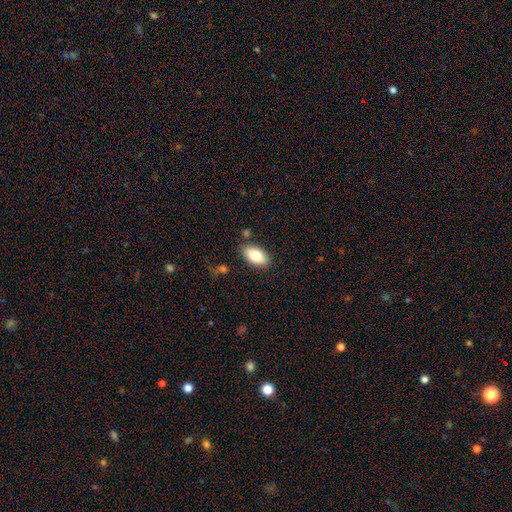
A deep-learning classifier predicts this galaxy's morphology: A smooth galaxy with no disk features (81%) that is in between round and cigar-shaped (93%). Merging: none (84%).